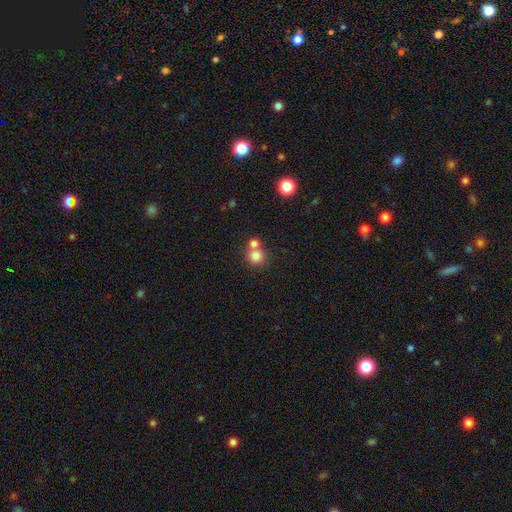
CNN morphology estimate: This appears to be a smooth galaxy with no disk features (80%) that is round (91%). Merging: none (53%).